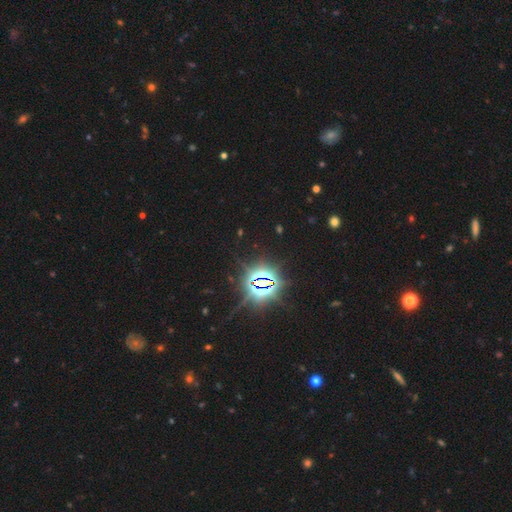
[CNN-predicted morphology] type=star or artifact (83%).